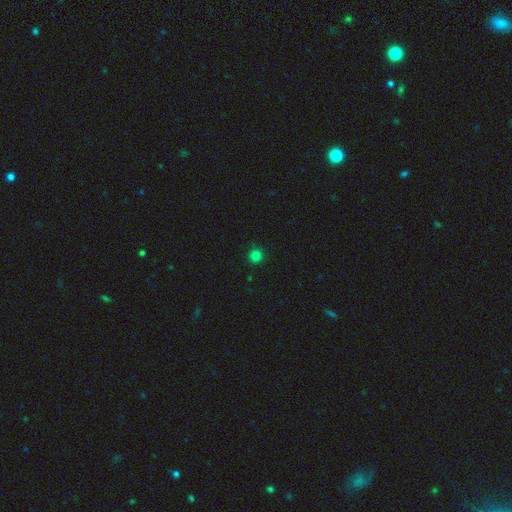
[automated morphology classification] This is clearly a smooth galaxy (81%). How rounded: clearly round (95%). Merging: clearly none (91%).